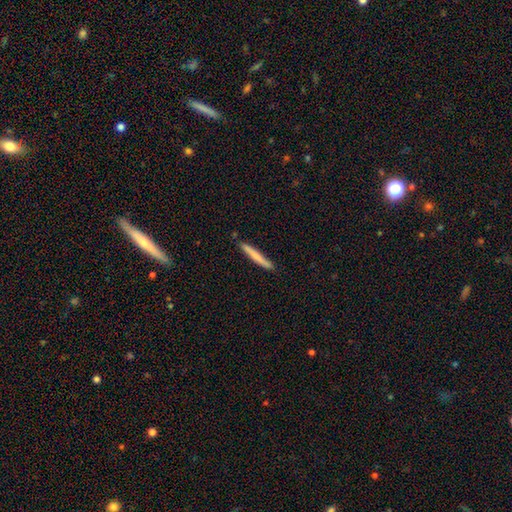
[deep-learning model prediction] This is likely a smooth galaxy (70%). How rounded: clearly cigar-shaped (96%). Merging: clearly none (89%).